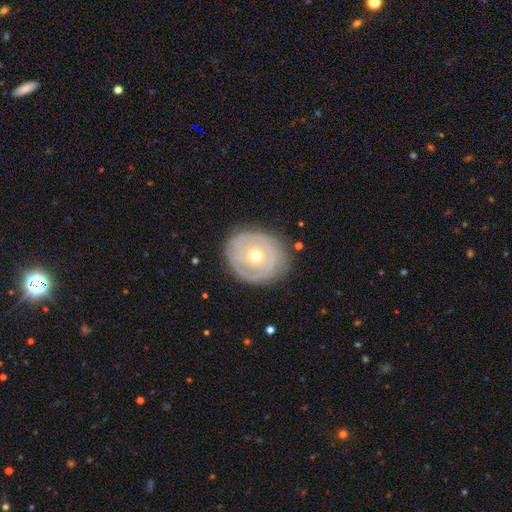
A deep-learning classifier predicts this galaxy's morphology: Smooth or featured? Predicted: featured or disk (p=0.73). Edge-on disk? Predicted: no (p=0.96). Bar? Predicted: no (p=0.81). Spiral arms? Predicted: yes (p=0.77). Spiral winding? Predicted: tight (p=0.77). Spiral arm count? Predicted: can't tell (p=0.41). Bulge size? Predicted: small (p=0.56). Merging? Predicted: none (p=0.82).